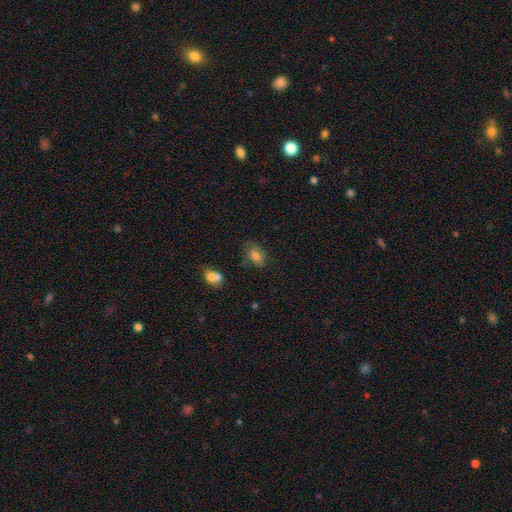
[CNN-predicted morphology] Smooth or featured: smooth — 81% (star or artifact — 10%)
How rounded: in between — 82% (round — 16%)
Merging: none — 74% (minor disturbance — 17%)